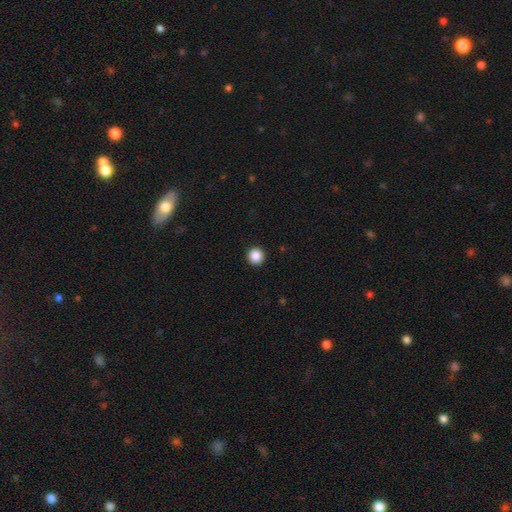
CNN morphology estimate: Smooth or featured: smooth — 87% (star or artifact — 10%)
How rounded: round — 95% (in between — 4%)
Merging: none — 94% (minor disturbance — 4%)